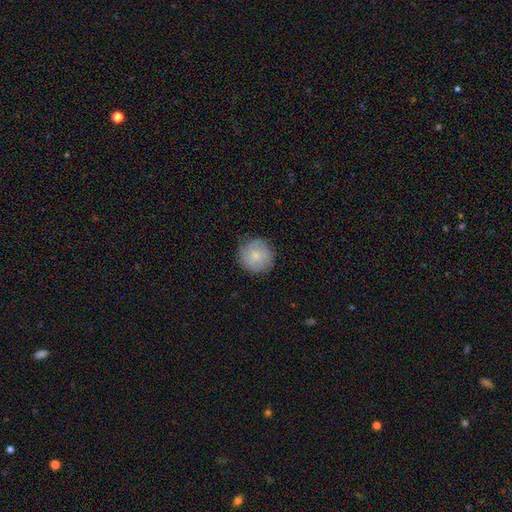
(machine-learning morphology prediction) This is likely a smooth galaxy (72%). How rounded: clearly round (94%). Merging: clearly none (81%).